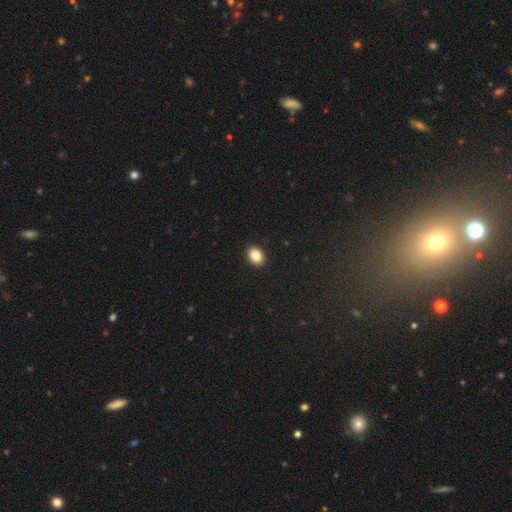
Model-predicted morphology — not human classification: A smooth galaxy with no disk features (86%) that is in between round and cigar-shaped (64%).

Vote fractions:
- Smooth or featured? smooth: 86% / star or artifact: 9% / featured or disk: 5%
- How rounded? in between: 64% / round: 35% / cigar-shaped: 1%
- Merging? none: 91% / minor disturbance: 6% / major disturbance: 2% / merger: 1%